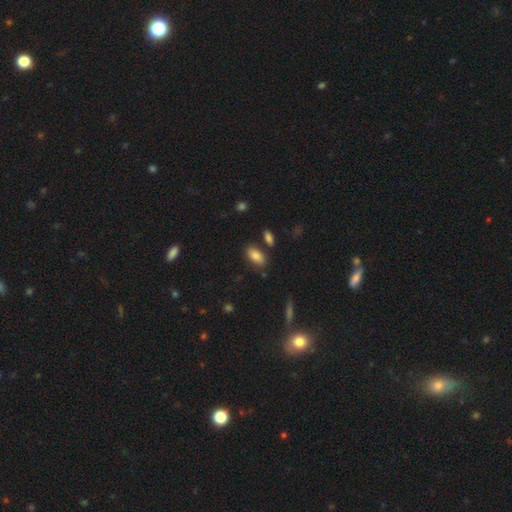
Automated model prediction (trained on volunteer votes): A smooth galaxy with no disk features (84%) that is in between round and cigar-shaped (91%).

Vote fractions:
- Smooth or featured? smooth: 84% / featured or disk: 8% / star or artifact: 8%
- How rounded? in between: 91% / cigar-shaped: 5% / round: 4%
- Merging? none: 78% / minor disturbance: 12% / merger: 7% / major disturbance: 3%